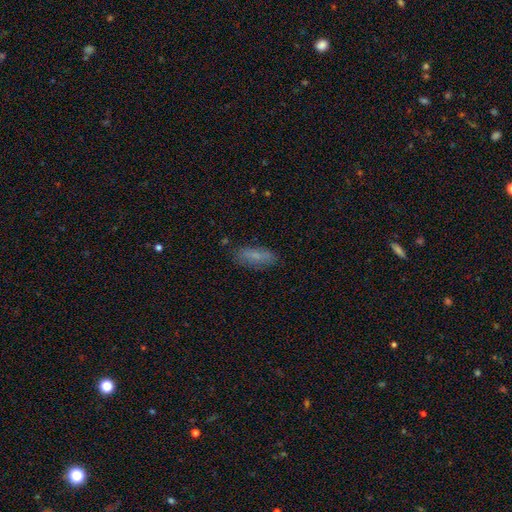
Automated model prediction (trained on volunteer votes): smooth_or_featured: smooth (p=0.73) [alt: featured or disk p=0.19]
how_rounded: in between (p=0.60) [alt: cigar-shaped p=0.37]
merging: none (p=0.81) [alt: minor disturbance p=0.14]